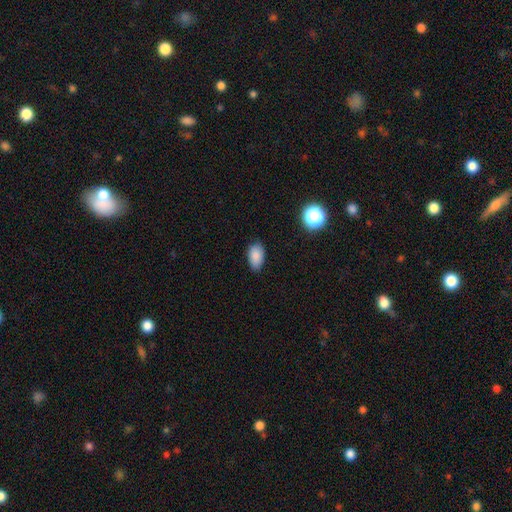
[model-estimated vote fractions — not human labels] A smooth galaxy with no disk features (86%) that is in between round and cigar-shaped (91%). Merging: none (79%).